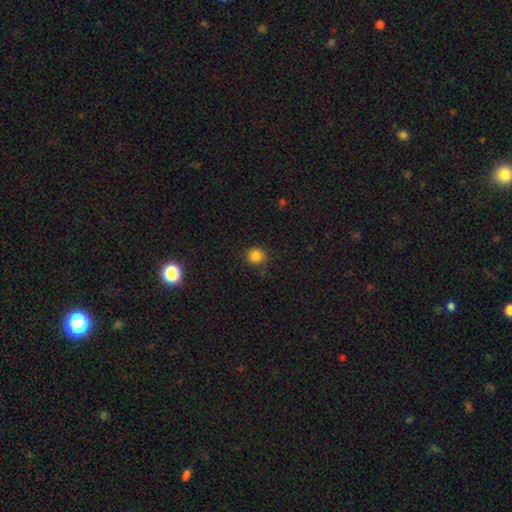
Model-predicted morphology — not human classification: type=smooth (84%); roundness=round (87%); merging=none (80%).